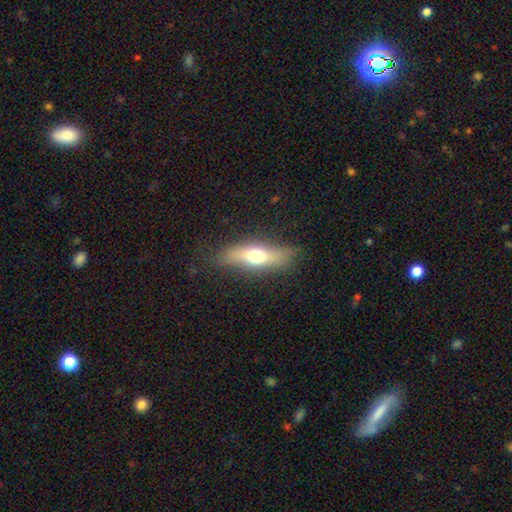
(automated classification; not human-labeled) Smooth or featured: smooth — 55% (featured or disk — 37%)
How rounded: in between — 48% (cigar-shaped — 47%)
Merging: none — 80% (minor disturbance — 14%)